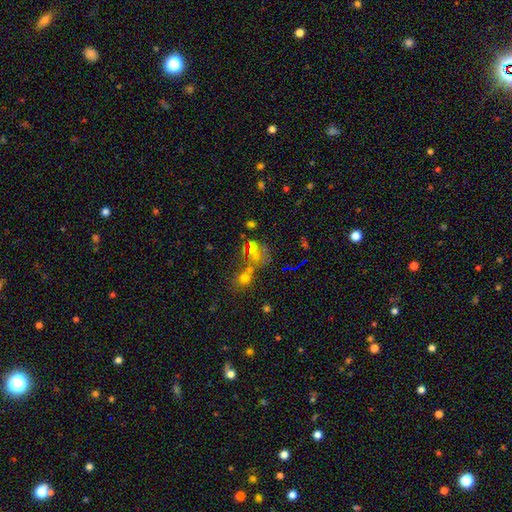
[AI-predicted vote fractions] The model was most divided on "merging": merger: 44%, none: 36%, major disturbance: 11%, minor disturbance: 10%. Remaining: smooth or featured — smooth (44%).